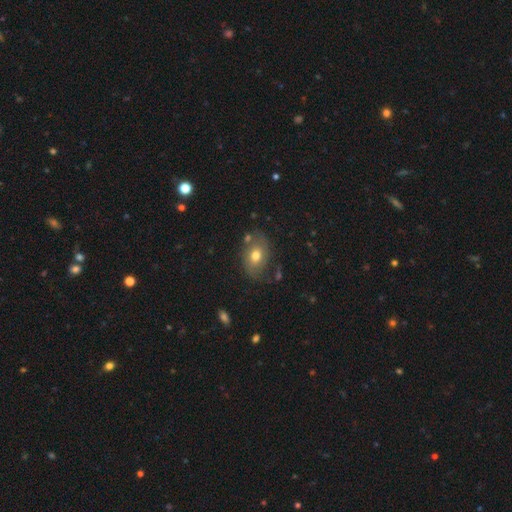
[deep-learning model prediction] This is possibly a smooth galaxy (59%). How rounded: likely in between (72%). Merging: likely none (68%).